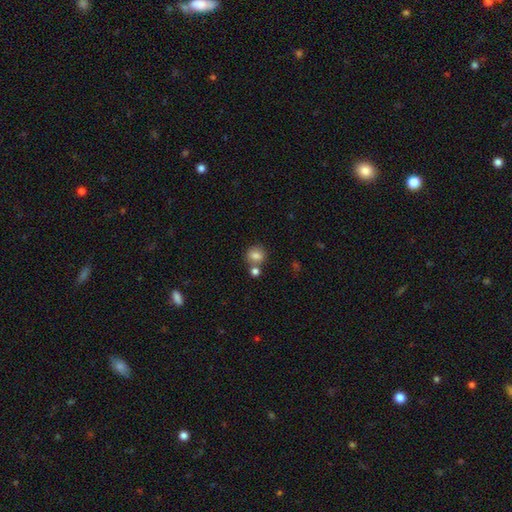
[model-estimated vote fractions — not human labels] smooth-or-featured: smooth: 82% | star or artifact: 10% | featured or disk: 8%
  how-rounded: round: 75% | in between: 24% | cigar-shaped: 1%
  merging: none: 62% | merger: 24% | minor disturbance: 11% | major disturbance: 3%